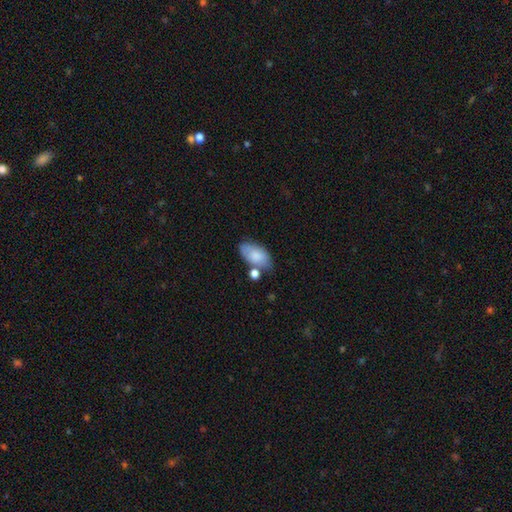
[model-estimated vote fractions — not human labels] Smooth or featured?
  - smooth: 79% *
  - featured or disk: 14%
  - star or artifact: 7%
How rounded?
  - in between: 93% *
  - round: 5%
  - cigar-shaped: 2%
Merging?
  - none: 55% *
  - minor disturbance: 22%
  - merger: 17%
  - major disturbance: 7%